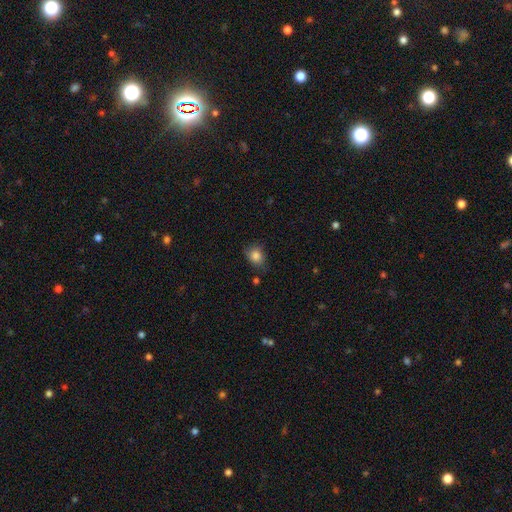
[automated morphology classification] Smooth or featured? Predicted: smooth (p=0.84). How rounded? Predicted: round (p=0.54). Merging? Predicted: none (p=0.69).